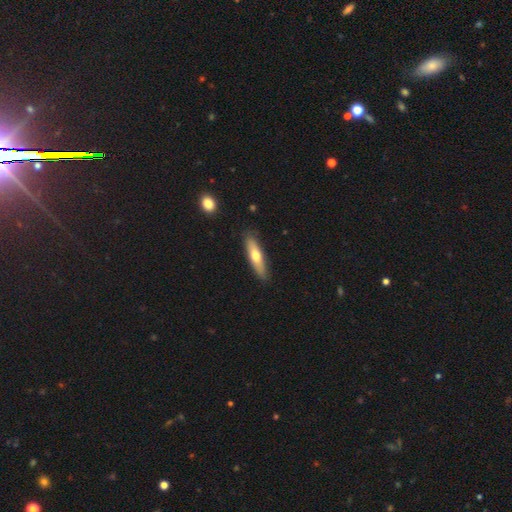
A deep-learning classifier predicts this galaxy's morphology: smooth-or-featured: smooth: 58% | featured or disk: 36% | star or artifact: 5%
  how-rounded: cigar-shaped: 76% | in between: 23% | round: 2%
  merging: none: 86% | minor disturbance: 10% | major disturbance: 2% | merger: 1%